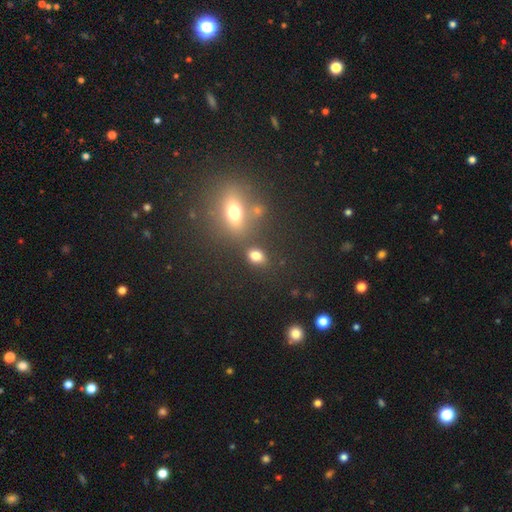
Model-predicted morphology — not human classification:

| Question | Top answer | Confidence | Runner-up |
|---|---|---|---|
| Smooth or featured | smooth | 78% | star or artifact (14%) |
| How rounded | in between | 71% | round (26%) |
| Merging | none | 72% | merger (12%) |